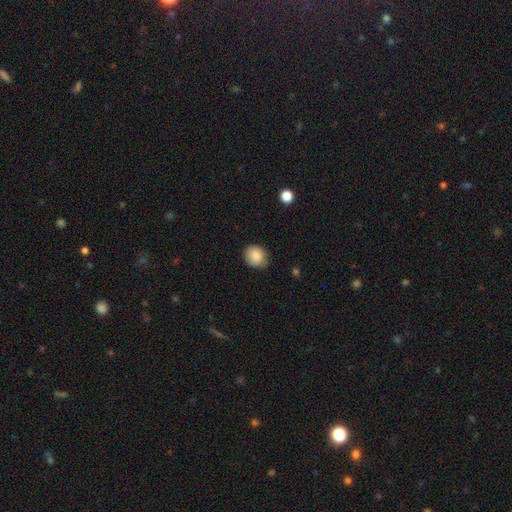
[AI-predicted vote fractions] smooth_or_featured: smooth (p=0.87) [alt: star or artifact p=0.08]
how_rounded: round (p=0.79) [alt: in between p=0.20]
merging: none (p=0.80) [alt: minor disturbance p=0.16]